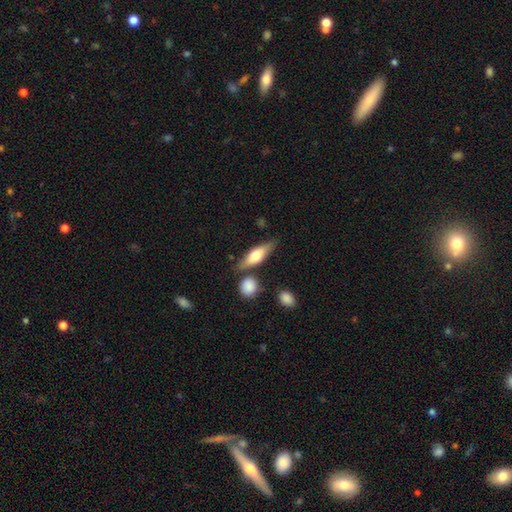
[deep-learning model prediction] This is possibly a smooth galaxy (51%). How rounded: possibly in between (51%). Merging: likely none (76%).